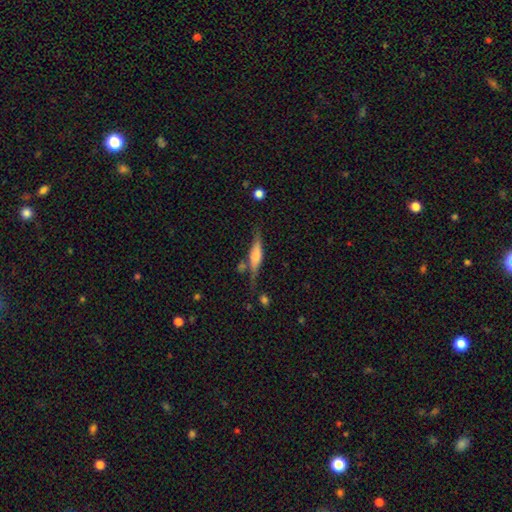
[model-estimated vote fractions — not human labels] A featured or disk galaxy (51%) viewed edge-on (93%). Merging: none (65%).